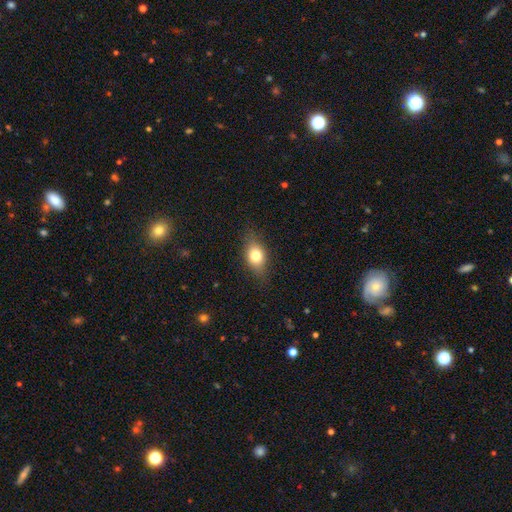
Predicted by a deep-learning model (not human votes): smooth_or_featured: smooth (p=0.75) [alt: featured or disk p=0.16]
how_rounded: in between (p=0.72) [alt: round p=0.23]
merging: none (p=0.79) [alt: minor disturbance p=0.16]